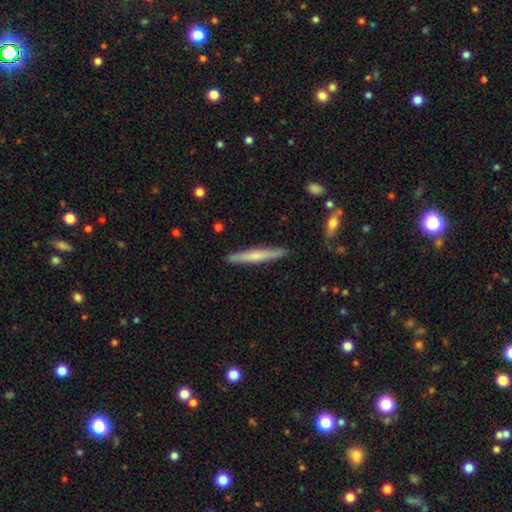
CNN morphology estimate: This is possibly a smooth galaxy (54%). How rounded: clearly cigar-shaped (95%). Merging: clearly none (90%).